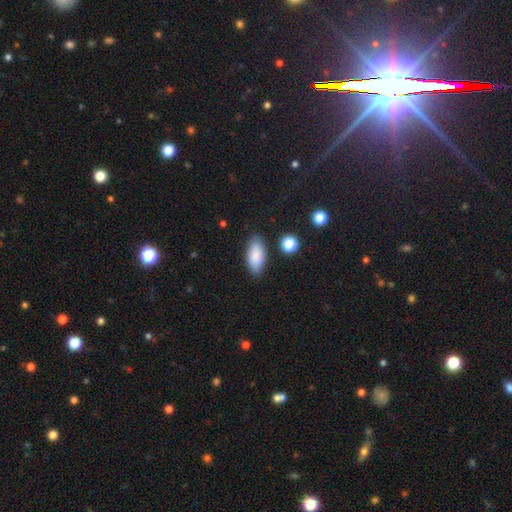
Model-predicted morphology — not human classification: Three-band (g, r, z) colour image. It shows a smooth galaxy with no disk features (84%) that is in between round and cigar-shaped (89%). Merging: none (81%).